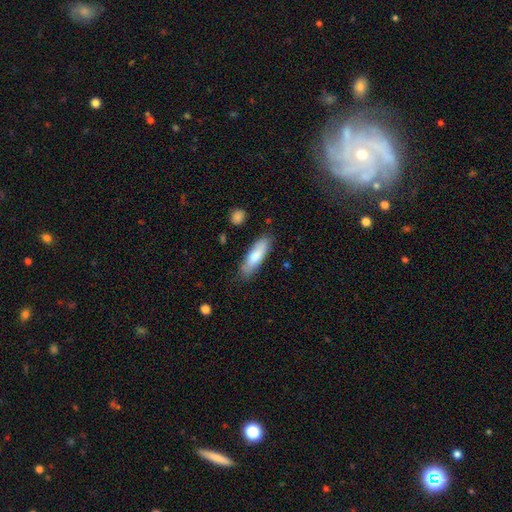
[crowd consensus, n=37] Smooth or featured: smooth — 89% (featured or disk — 8%)
How rounded: cigar-shaped — 55% (in between — 45%)
Merging: none — 75% (minor disturbance — 19%)